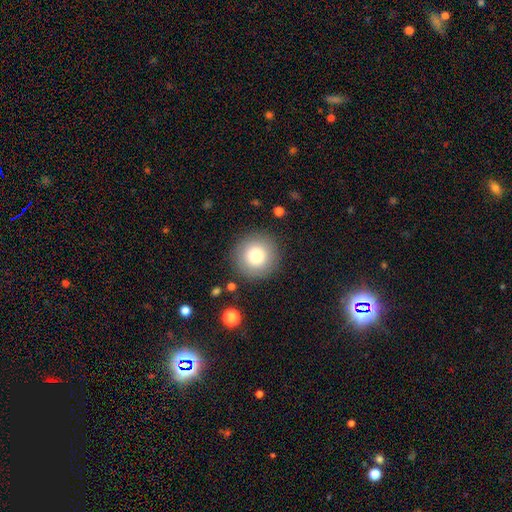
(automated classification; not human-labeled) The model was most divided on "smooth or featured": smooth: 79%, featured or disk: 11%, star or artifact: 10%. More confident: how rounded — round (96%); merging — none (88%).